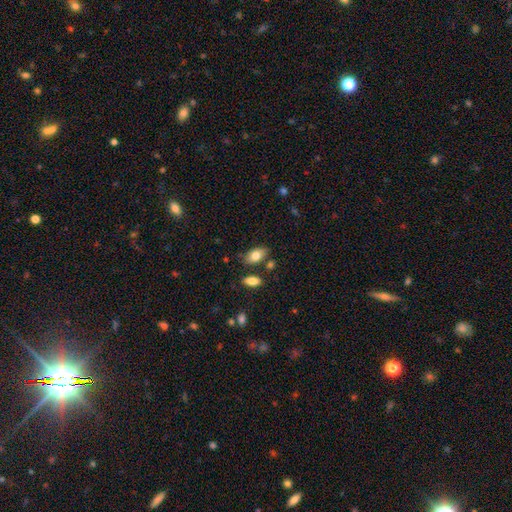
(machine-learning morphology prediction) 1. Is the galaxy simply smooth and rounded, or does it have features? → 79% smooth, 14% featured or disk, 7% star or artifact.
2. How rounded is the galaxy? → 91% in between, 5% round, 4% cigar-shaped.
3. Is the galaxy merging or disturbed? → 74% none, 15% minor disturbance, 8% merger, 3% major disturbance.